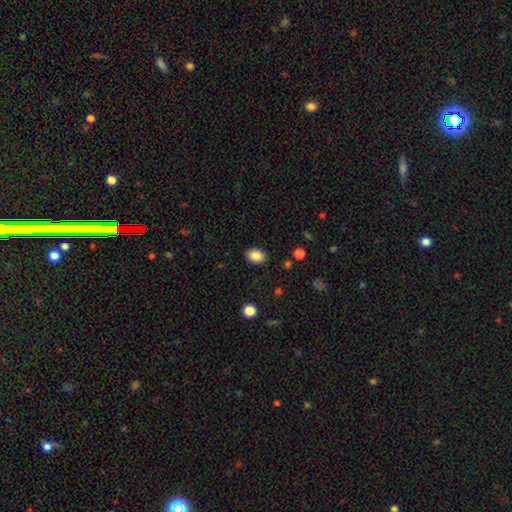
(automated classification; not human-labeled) This is clearly a smooth galaxy (86%). How rounded: likely in between (74%). Merging: clearly none (88%).